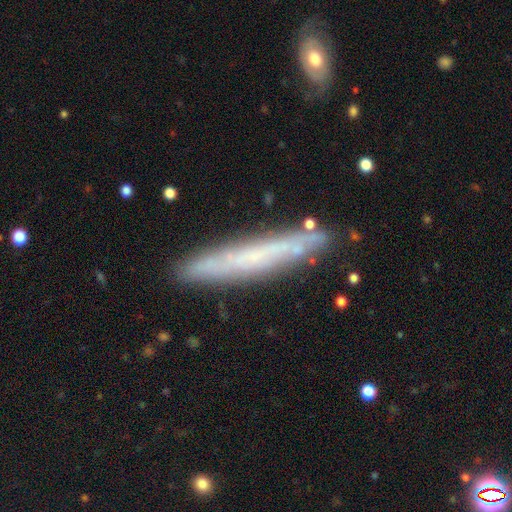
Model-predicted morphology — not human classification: This is possibly a featured or disk galaxy (54%). It is clearly viewed edge-on (85%). Merging: clearly none (84%).